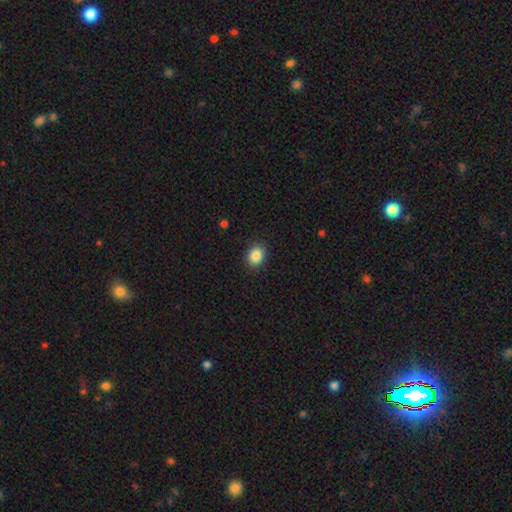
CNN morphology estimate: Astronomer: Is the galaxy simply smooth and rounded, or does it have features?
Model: smooth — 87%.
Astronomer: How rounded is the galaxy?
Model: in between — 56% (runner-up: round, 43%).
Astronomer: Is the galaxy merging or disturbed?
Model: none — 88%.